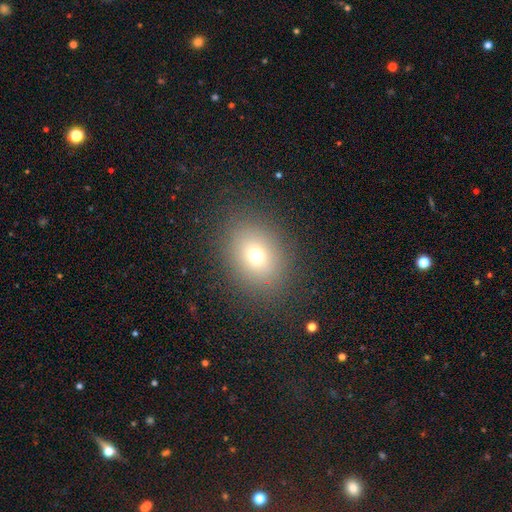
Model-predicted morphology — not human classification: This is likely a smooth galaxy (70%). How rounded: possibly round (52%). Merging: clearly none (84%).